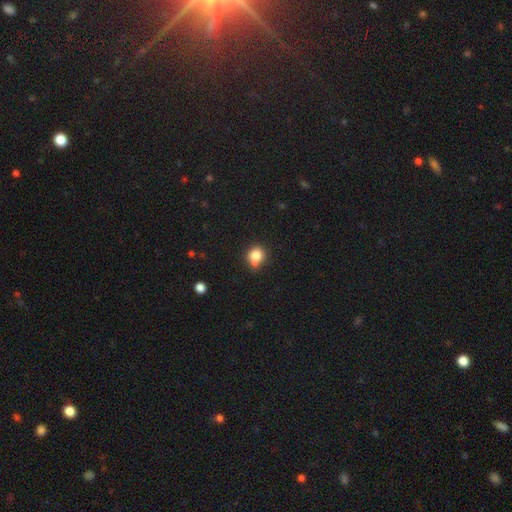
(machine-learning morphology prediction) Overall: smooth (82%). How rounded: round (81%). Merging: none (59%; minor disturbance 23%).